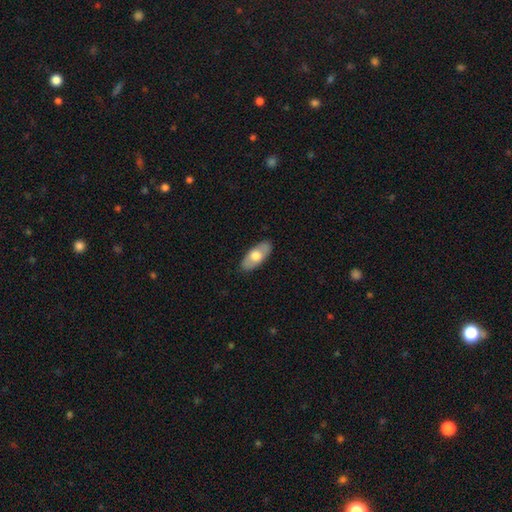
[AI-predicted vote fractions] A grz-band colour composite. It shows a smooth galaxy with no disk features (62%) that is in between round and cigar-shaped (88%). Merging: none (86%).